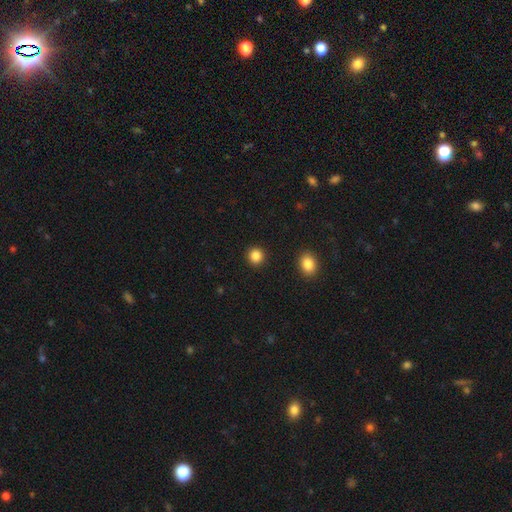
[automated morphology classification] type=smooth (86%); roundness=round (92%); merging=none (92%).